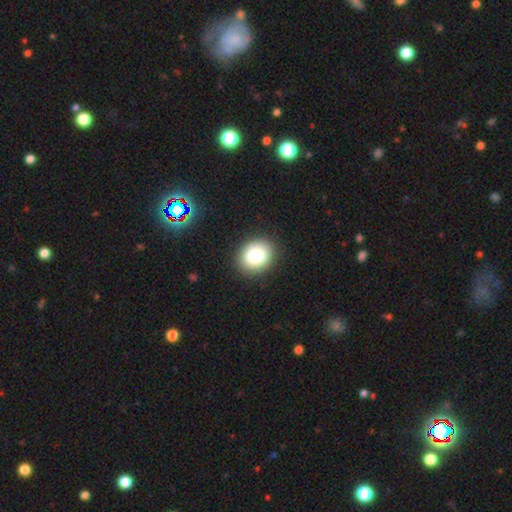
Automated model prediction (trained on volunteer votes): A smooth galaxy with no disk features (80%) that is round (59%). Merging: none (88%).